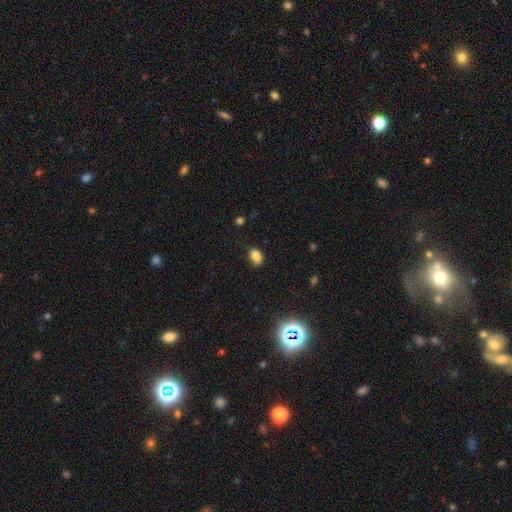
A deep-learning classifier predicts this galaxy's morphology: Smooth or featured? Predicted: smooth (p=0.82). How rounded? Predicted: in between (p=0.76). Merging? Predicted: none (p=0.74).